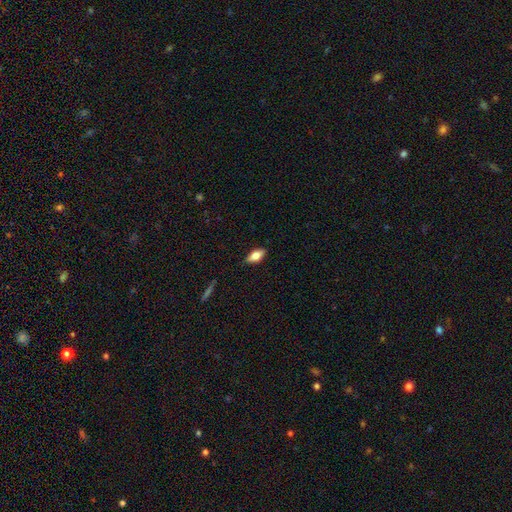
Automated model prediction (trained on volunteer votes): Smooth or featured? smooth (68%)
How rounded? in between (83%)
Merging? none (86%)